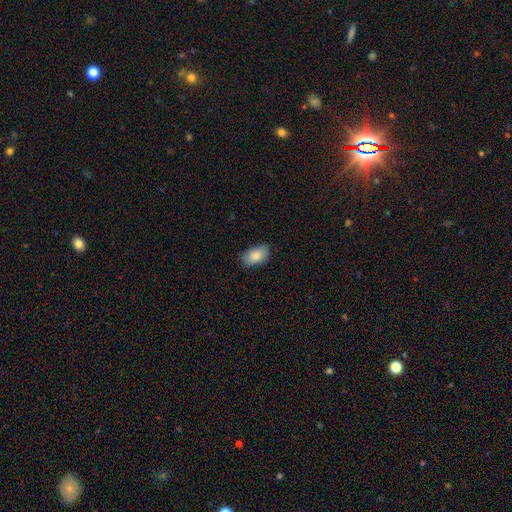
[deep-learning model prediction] Smooth or featured? smooth (85%)
How rounded? in between (92%)
Merging? none (81%)